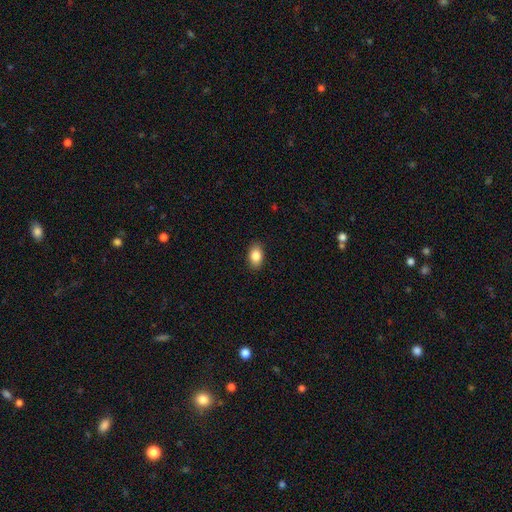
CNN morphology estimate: smooth-or-featured: smooth: 86% | star or artifact: 8% | featured or disk: 7%
  how-rounded: in between: 88% | round: 11% | cigar-shaped: 1%
  merging: none: 89% | minor disturbance: 8% | major disturbance: 2% | merger: 1%